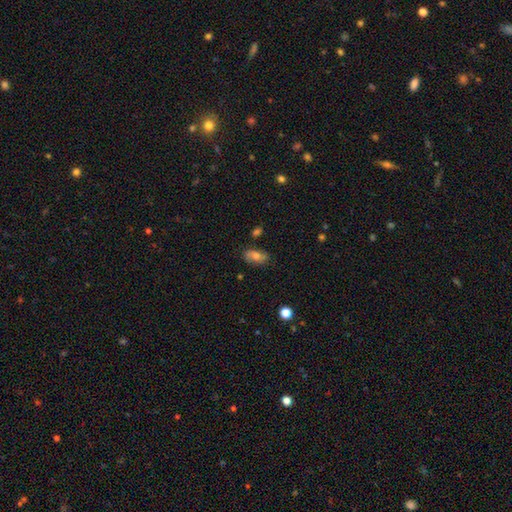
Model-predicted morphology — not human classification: smooth-or-featured: smooth: 58% | featured or disk: 31% | star or artifact: 11%
  how-rounded: in between: 87% | round: 9% | cigar-shaped: 4%
  merging: none: 76% | minor disturbance: 17% | major disturbance: 4% | merger: 3%